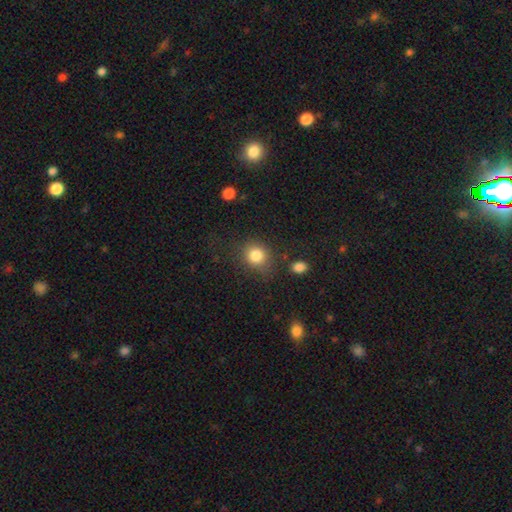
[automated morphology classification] This is clearly a smooth galaxy (84%). How rounded: likely round (79%). Merging: likely none (75%).